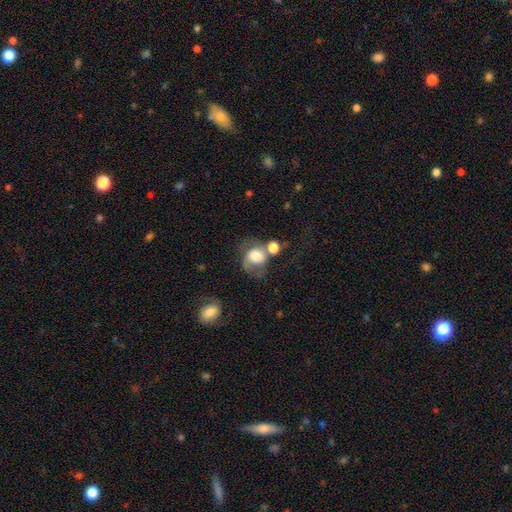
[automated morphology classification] This appears to be a smooth galaxy with no disk features (59%) that is round (65%). Merging: merger (30%).